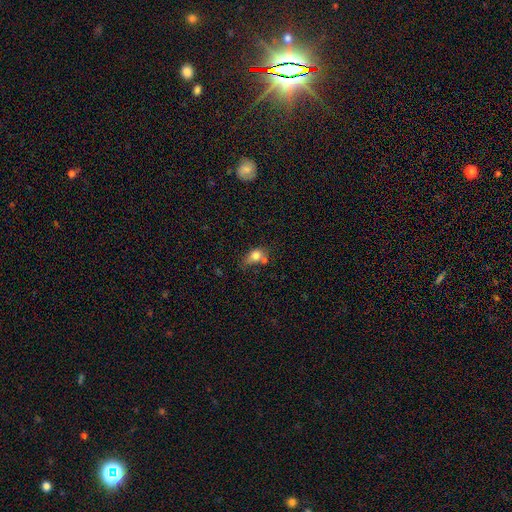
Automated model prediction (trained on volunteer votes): Morphology: type=smooth (76%); roundness=in between (60%); merging=none (40%).